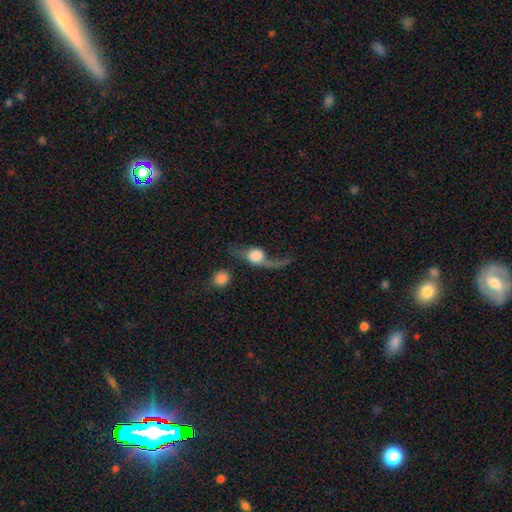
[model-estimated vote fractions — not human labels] smooth_or_featured: featured or disk (p=0.51) [alt: smooth p=0.39]
disk_edge_on: no (p=0.77) [alt: yes p=0.23]
merging: major disturbance (p=0.47) [alt: none p=0.25]